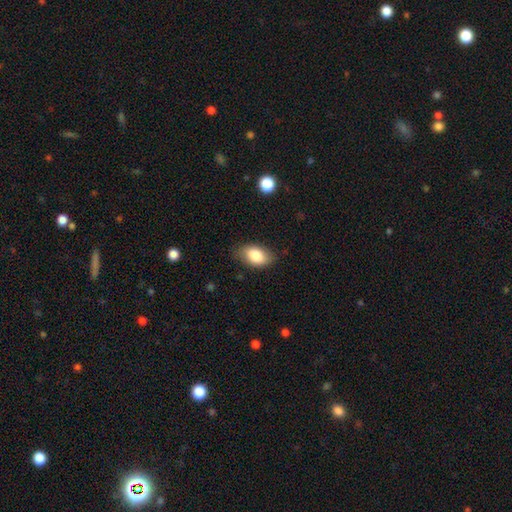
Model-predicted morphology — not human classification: smooth_or_featured: smooth (p=0.84) [alt: featured or disk p=0.09]
how_rounded: in between (p=0.91) [alt: round p=0.07]
merging: none (p=0.79) [alt: minor disturbance p=0.16]